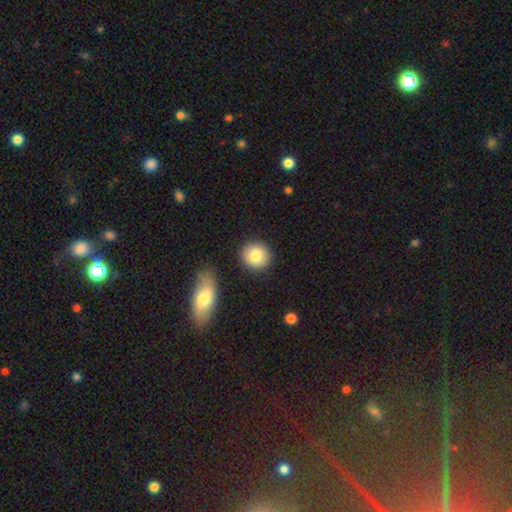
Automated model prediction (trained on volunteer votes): smooth-or-featured: smooth: 84% | featured or disk: 9% | star or artifact: 7%
  how-rounded: round: 88% | in between: 10% | cigar-shaped: 1%
  merging: none: 87% | minor disturbance: 7% | merger: 3% | major disturbance: 2%